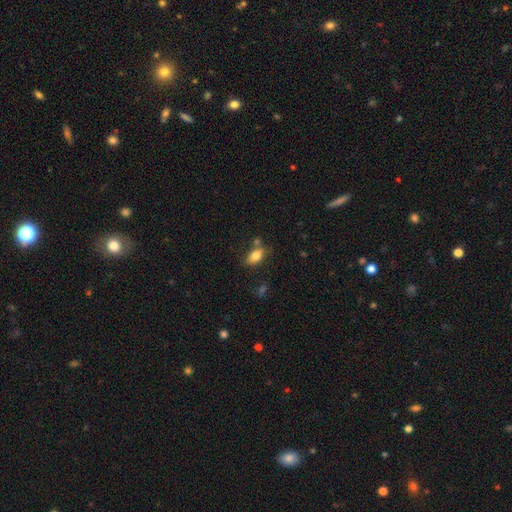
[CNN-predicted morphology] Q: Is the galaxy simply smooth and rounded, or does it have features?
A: smooth — 79%.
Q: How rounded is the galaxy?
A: in between — 86%.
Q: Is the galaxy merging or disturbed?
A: none — 65%.